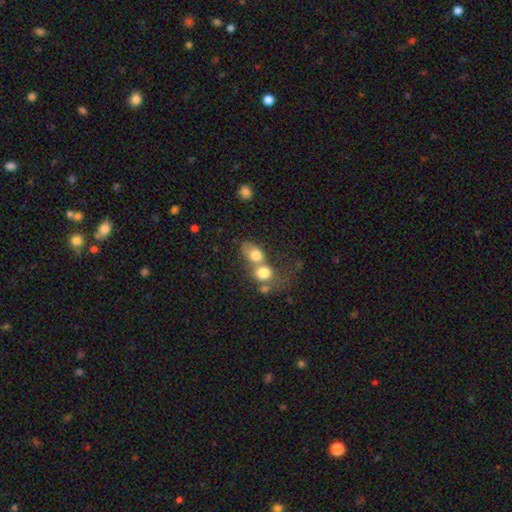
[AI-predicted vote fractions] Morphology: type=smooth (74%); roundness=in between (53%); merging=merger (67%).